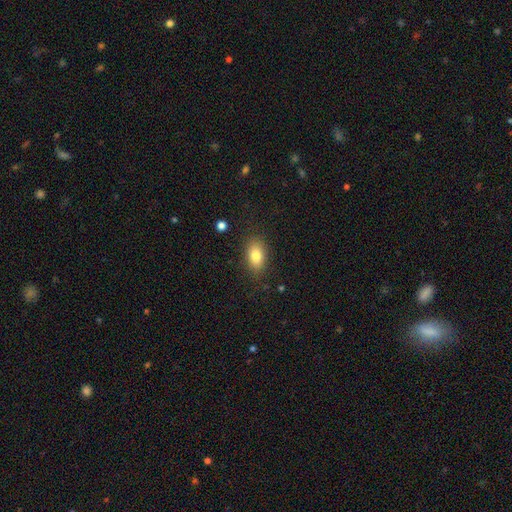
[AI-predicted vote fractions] A smooth galaxy with no disk features (82%) that is in between round and cigar-shaped (87%). Merging: none (84%).